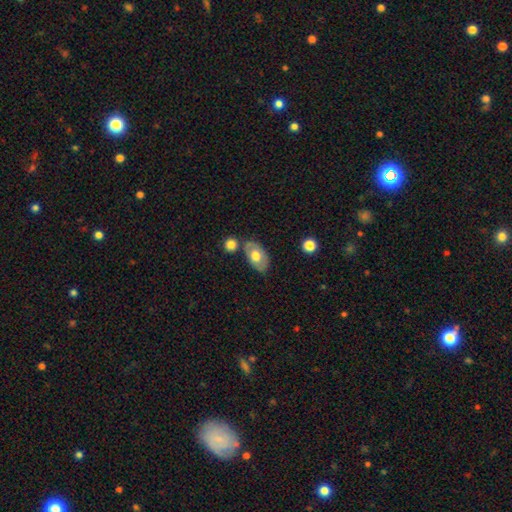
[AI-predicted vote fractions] The model was most divided on "smooth or featured": smooth: 61%, featured or disk: 32%, star or artifact: 6%. More confident: how rounded — in between (91%); merging — none (65%).